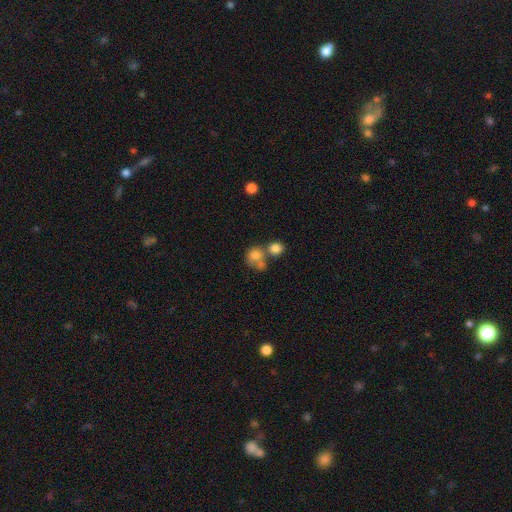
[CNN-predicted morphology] Q: Smooth or featured?
A: smooth (77%); runner-up: featured or disk (12%)
Q: How rounded?
A: round (73%); runner-up: in between (26%)
Q: Merging?
A: merger (48%); runner-up: none (35%)